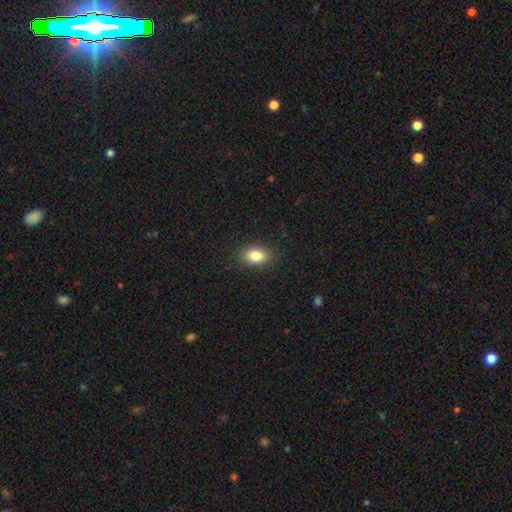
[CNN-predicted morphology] This appears to be a smooth galaxy with no disk features (85%) that is in between round and cigar-shaped (86%). Merging: none (87%).